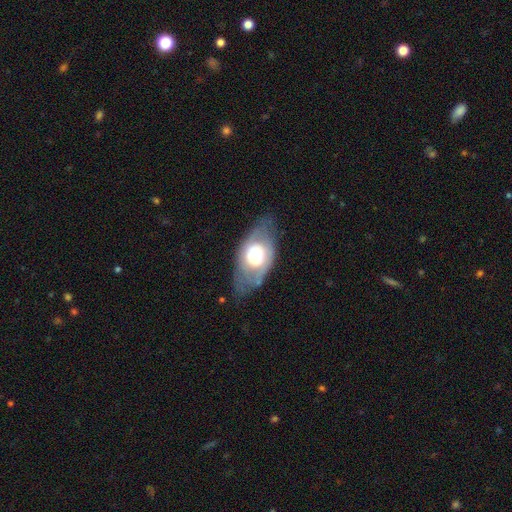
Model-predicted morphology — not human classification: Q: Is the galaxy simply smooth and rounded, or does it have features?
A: featured or disk — 49%.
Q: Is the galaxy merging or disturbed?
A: none — 60%.